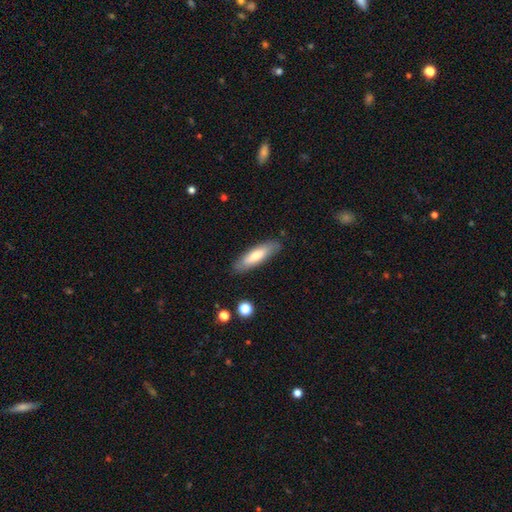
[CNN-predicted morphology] Overall: smooth (72%). How rounded: cigar-shaped (61%; in between 38%). Merging: none (85%).